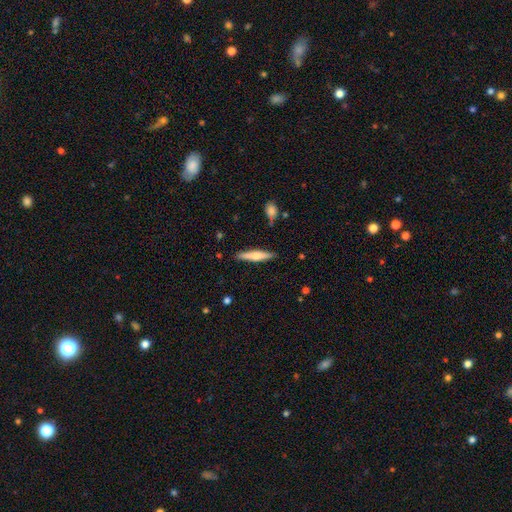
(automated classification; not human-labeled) Morphology: type=smooth (54%); roundness=cigar-shaped (87%); merging=none (88%).